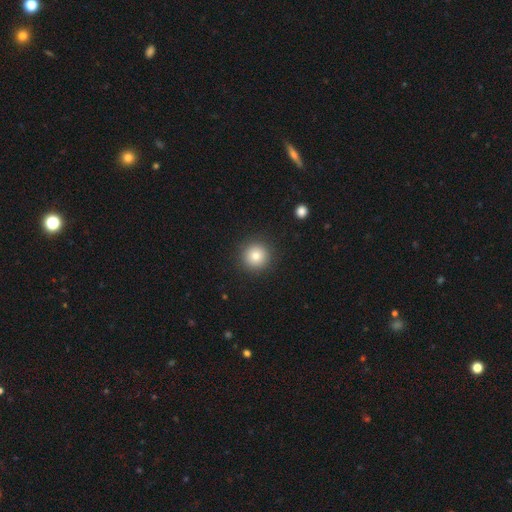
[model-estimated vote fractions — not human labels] This is likely a smooth galaxy (80%). How rounded: clearly round (95%). Merging: clearly none (91%).